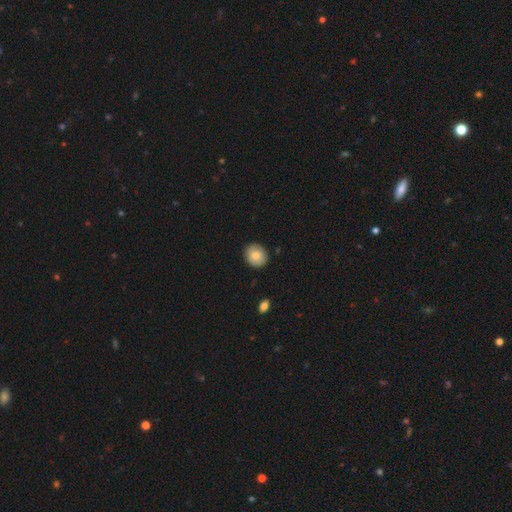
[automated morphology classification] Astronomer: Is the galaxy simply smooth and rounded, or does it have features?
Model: smooth — 80%.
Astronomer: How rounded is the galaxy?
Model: round — 77%.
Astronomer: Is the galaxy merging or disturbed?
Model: none — 89%.